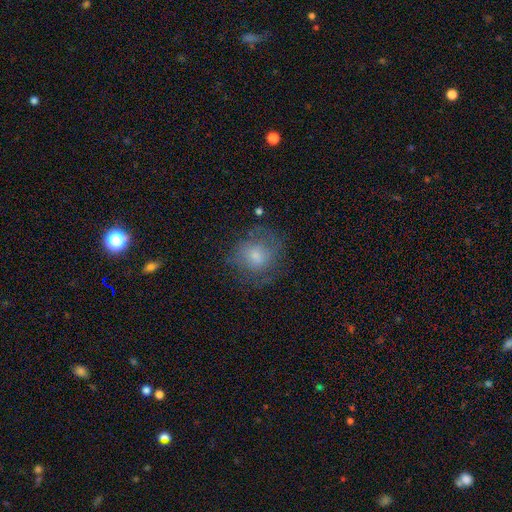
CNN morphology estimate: smooth 63%, featured or disk 26%, star or artifact 11%. Down the decision tree: how rounded — round (78%); merging — none (66%).